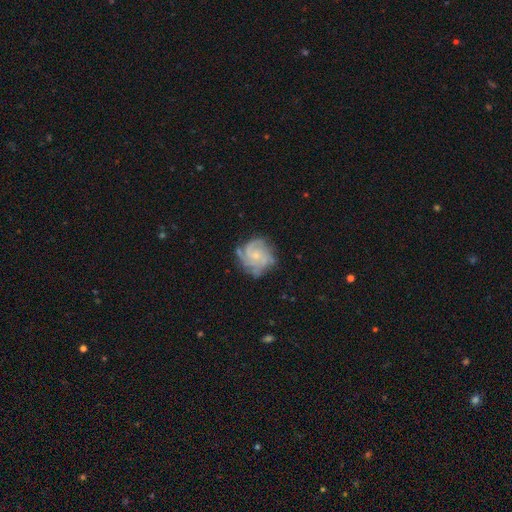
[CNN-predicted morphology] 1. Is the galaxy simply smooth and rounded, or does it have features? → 83% featured or disk, 10% smooth, 6% star or artifact.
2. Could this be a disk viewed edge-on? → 98% no, 2% yes.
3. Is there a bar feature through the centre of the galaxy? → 72% no, 24% weak, 4% strong.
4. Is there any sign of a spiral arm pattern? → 96% yes, 4% no.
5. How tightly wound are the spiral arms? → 59% tight, 34% medium, 7% loose.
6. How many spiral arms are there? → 34% 3, 23% 4, 20% can't tell, 11% 2, 6% more than 4, 6% 1.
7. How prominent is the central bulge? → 68% small, 25% moderate, 5% none, 1% large, 1% dominant.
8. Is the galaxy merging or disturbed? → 70% none, 20% minor disturbance, 8% major disturbance, 2% merger.